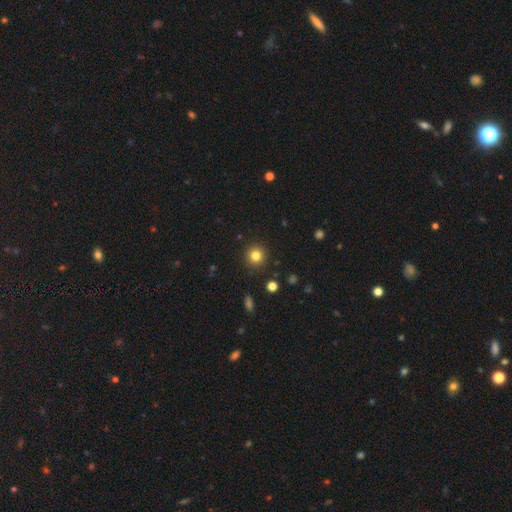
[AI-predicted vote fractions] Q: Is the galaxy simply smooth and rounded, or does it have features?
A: smooth — 81%.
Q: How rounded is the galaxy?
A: round — 94%.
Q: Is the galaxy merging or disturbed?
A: none — 91%.